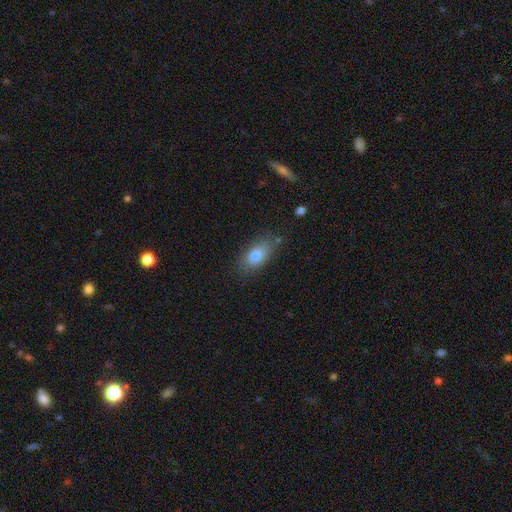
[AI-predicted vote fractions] Q: Smooth or featured?
A: smooth (79%); runner-up: featured or disk (13%)
Q: How rounded?
A: in between (87%); runner-up: cigar-shaped (7%)
Q: Merging?
A: none (77%); runner-up: minor disturbance (16%)